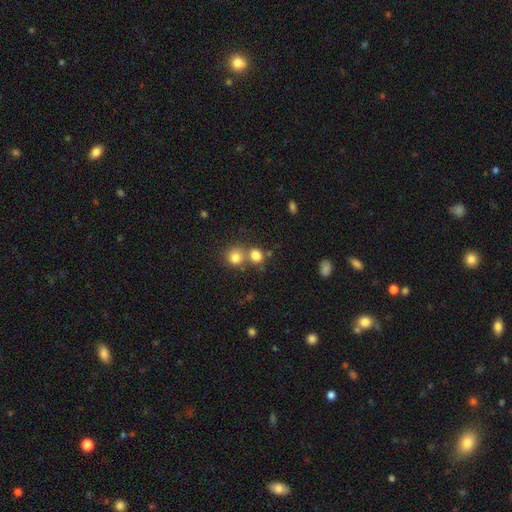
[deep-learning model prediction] Morphology: type=smooth (80%); roundness=round (68%); merging=none (50%).